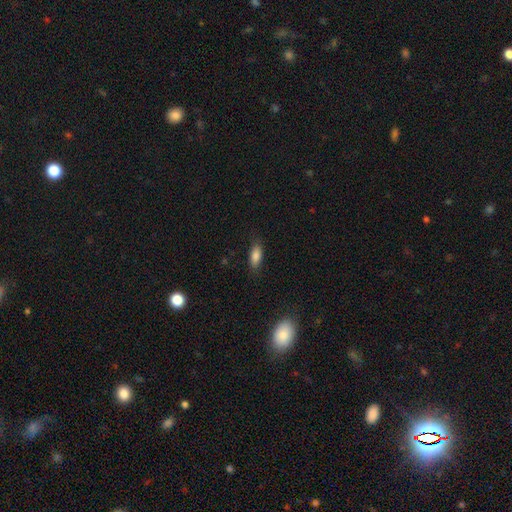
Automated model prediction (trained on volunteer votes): Smooth or featured? smooth (84%)
How rounded? in between (79%)
Merging? none (81%)